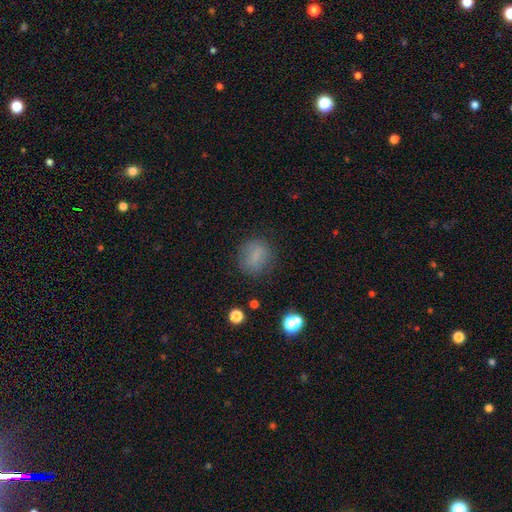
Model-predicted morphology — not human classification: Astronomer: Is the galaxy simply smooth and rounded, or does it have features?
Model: smooth — 75%.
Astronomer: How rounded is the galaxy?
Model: round — 69%.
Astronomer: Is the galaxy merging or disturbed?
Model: none — 77%.